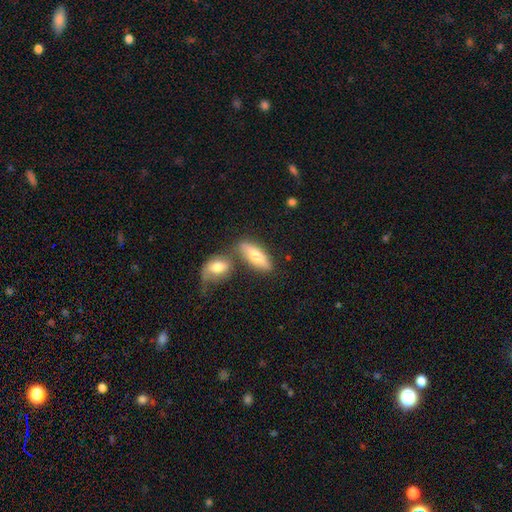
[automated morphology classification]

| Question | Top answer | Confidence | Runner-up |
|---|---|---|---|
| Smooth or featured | smooth | 69% | featured or disk (24%) |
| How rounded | in between | 63% | cigar-shaped (34%) |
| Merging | none | 56% | merger (27%) |